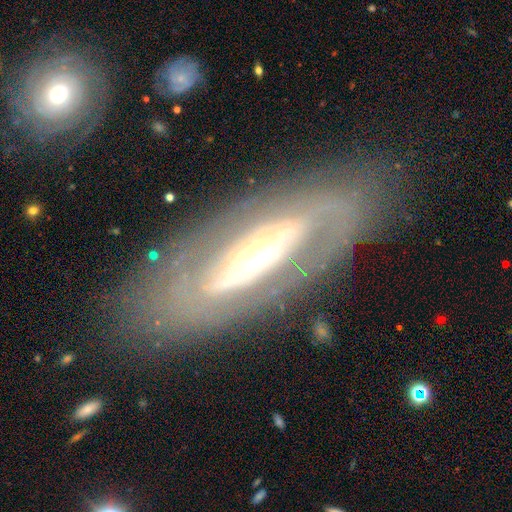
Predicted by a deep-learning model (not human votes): featured or disk 78%, smooth 17%, star or artifact 6%. Down the decision tree: edge-on disk — no (84%); bar — no (52%); spiral arms — yes (52%); bulge size — moderate (49%); merging — none (81%).